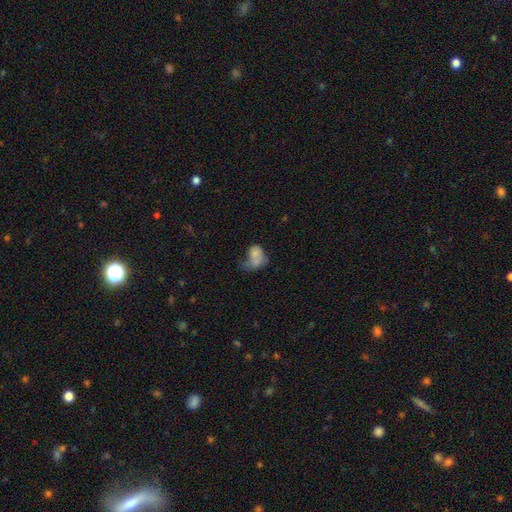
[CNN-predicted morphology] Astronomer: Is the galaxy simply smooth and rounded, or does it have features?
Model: smooth — 70%.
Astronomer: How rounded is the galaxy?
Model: in between — 68%.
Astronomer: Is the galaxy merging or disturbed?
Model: merger — 47%.